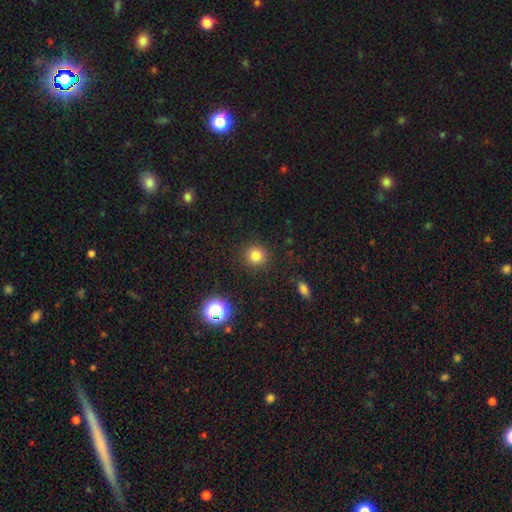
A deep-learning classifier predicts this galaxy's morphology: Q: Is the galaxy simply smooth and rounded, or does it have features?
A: smooth — 80%.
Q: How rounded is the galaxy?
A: round — 91%.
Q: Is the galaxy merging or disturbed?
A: none — 90%.